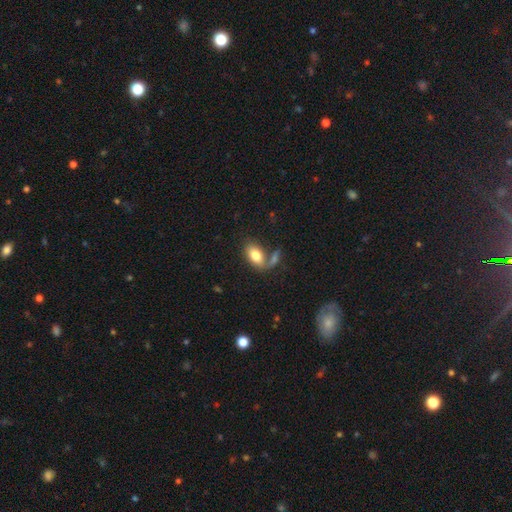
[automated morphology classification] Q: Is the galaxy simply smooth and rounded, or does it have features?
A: smooth — 78%.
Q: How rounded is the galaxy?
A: in between — 91%.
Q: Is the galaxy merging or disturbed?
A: none — 49%.